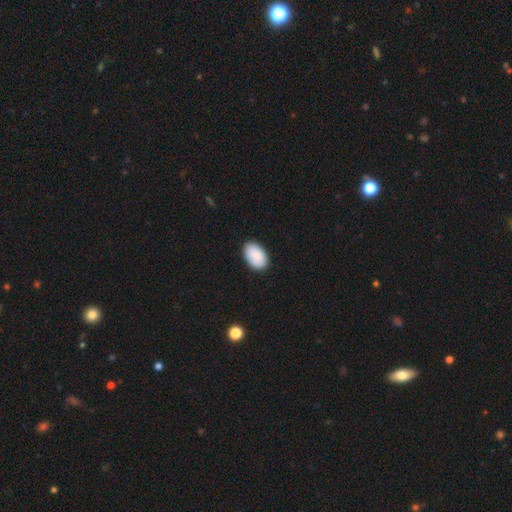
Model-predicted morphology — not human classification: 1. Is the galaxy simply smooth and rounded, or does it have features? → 89% smooth, 6% star or artifact, 5% featured or disk.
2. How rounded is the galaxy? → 92% in between, 7% round, 1% cigar-shaped.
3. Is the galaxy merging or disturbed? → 87% none, 10% minor disturbance, 2% major disturbance, 1% merger.